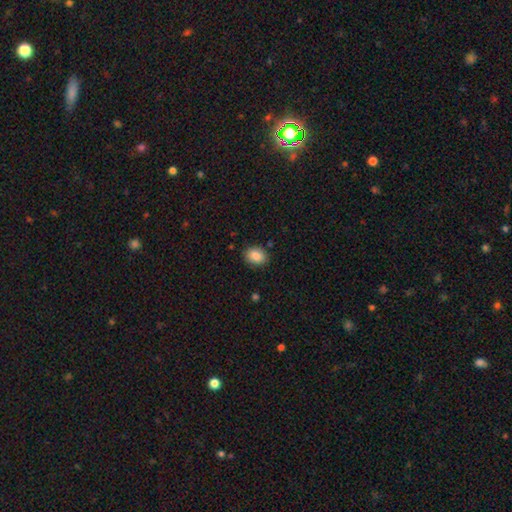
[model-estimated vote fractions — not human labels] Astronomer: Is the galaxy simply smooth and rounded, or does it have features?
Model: smooth — 86%.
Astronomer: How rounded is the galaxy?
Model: in between — 61% (runner-up: round, 38%).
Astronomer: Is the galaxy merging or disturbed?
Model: none — 86%.